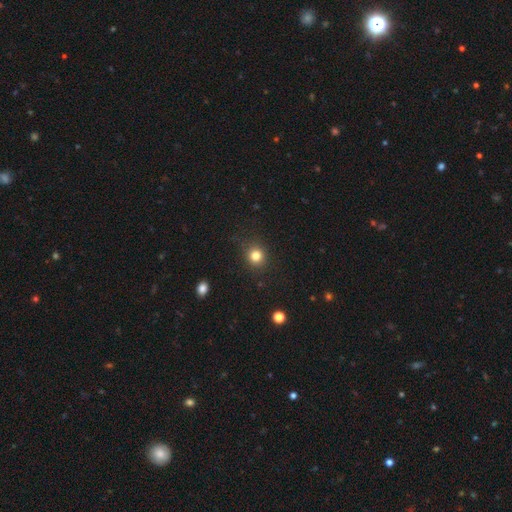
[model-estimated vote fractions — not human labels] Smooth or featured? smooth (82%)
How rounded? round (86%)
Merging? none (86%)